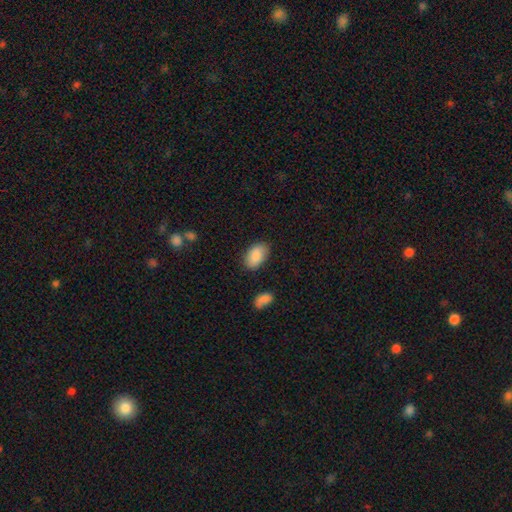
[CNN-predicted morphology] smooth_or_featured: smooth (p=0.88) [alt: star or artifact p=0.07]
how_rounded: in between (p=0.93) [alt: round p=0.06]
merging: none (p=0.82) [alt: minor disturbance p=0.13]